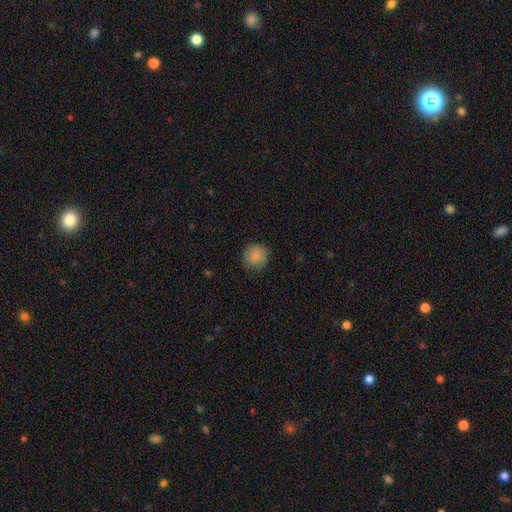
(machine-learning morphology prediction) This appears to be a smooth galaxy with no disk features (87%) that is round (91%). Merging: none (84%).